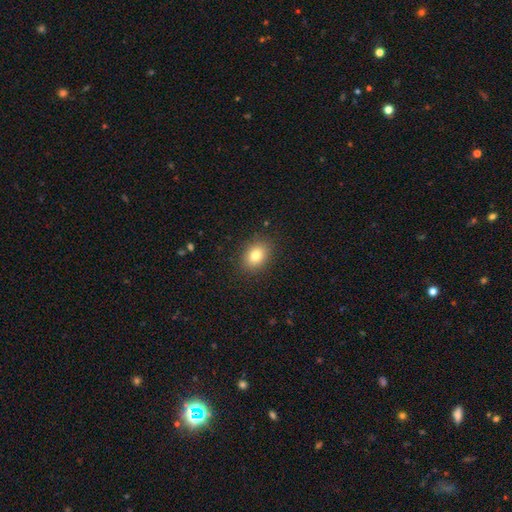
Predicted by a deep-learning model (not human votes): Smooth or featured: smooth — 80% (star or artifact — 10%)
How rounded: in between — 63% (round — 36%)
Merging: none — 88% (minor disturbance — 8%)